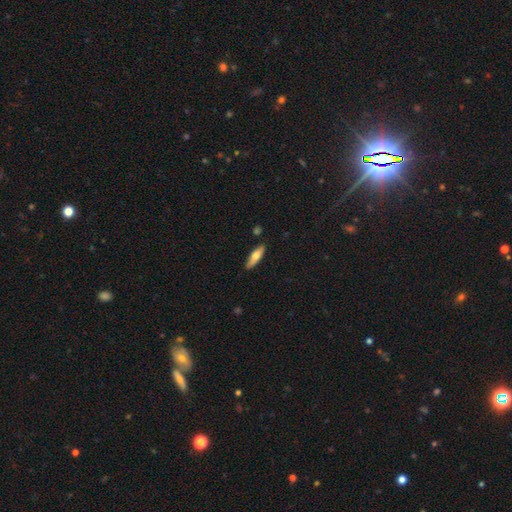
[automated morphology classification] A smooth galaxy with no disk features (65%) that is cigar-shaped (60%).

Vote fractions:
- Smooth or featured? smooth: 65% / featured or disk: 30% / star or artifact: 6%
- How rounded? cigar-shaped: 60% / in between: 38% / round: 2%
- Merging? none: 86% / minor disturbance: 11% / major disturbance: 2% / merger: 2%